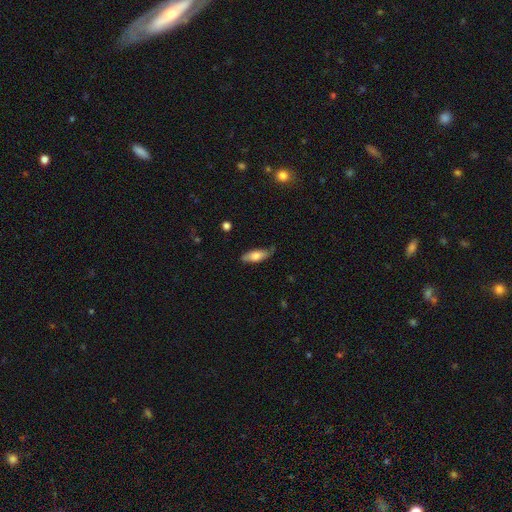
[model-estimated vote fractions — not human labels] Overall: smooth (72%). How rounded: in between (65%; cigar-shaped 33%). Merging: none (74%).